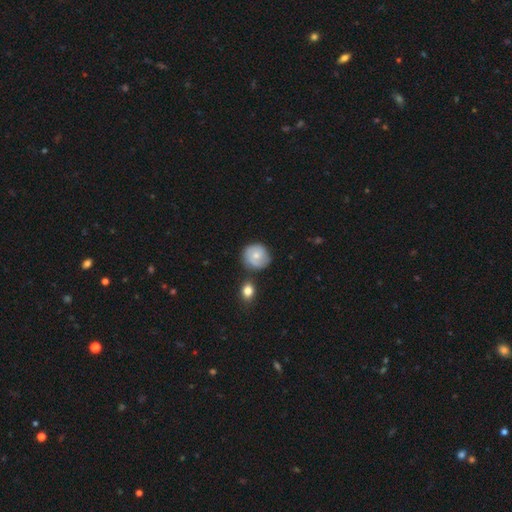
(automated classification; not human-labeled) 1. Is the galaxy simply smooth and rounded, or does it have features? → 51% smooth, 42% featured or disk, 7% star or artifact.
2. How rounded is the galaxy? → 85% round, 14% in between, 1% cigar-shaped.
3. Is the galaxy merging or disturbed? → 67% none, 21% minor disturbance, 6% merger, 5% major disturbance.